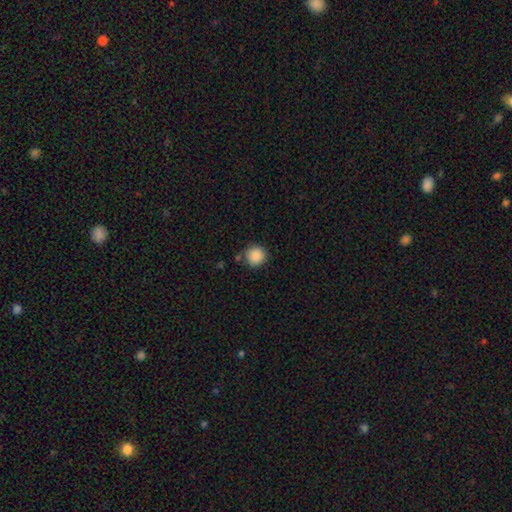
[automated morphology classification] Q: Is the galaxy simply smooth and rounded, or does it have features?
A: smooth — 88%.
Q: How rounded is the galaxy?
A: round — 94%.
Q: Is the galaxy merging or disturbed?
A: none — 84%.